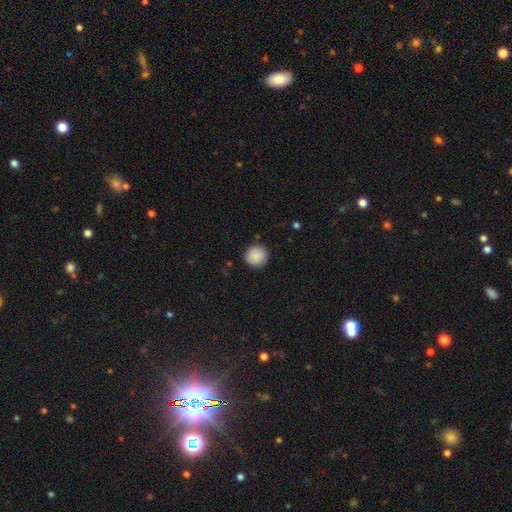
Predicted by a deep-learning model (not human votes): Smooth or featured? Predicted: smooth (p=0.89). How rounded? Predicted: round (p=0.94). Merging? Predicted: none (p=0.91).